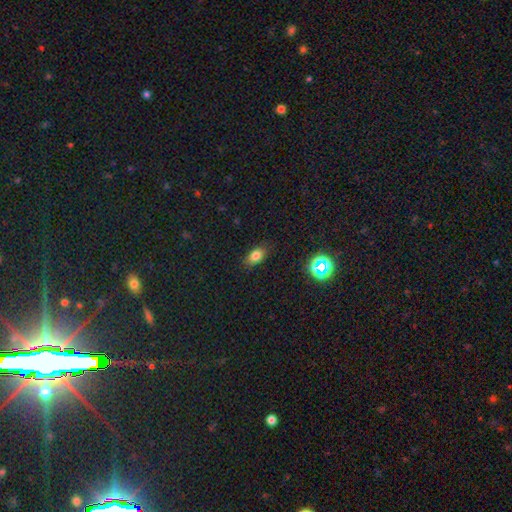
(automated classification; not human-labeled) Smooth or featured? smooth (78%)
How rounded? in between (84%)
Merging? none (84%)